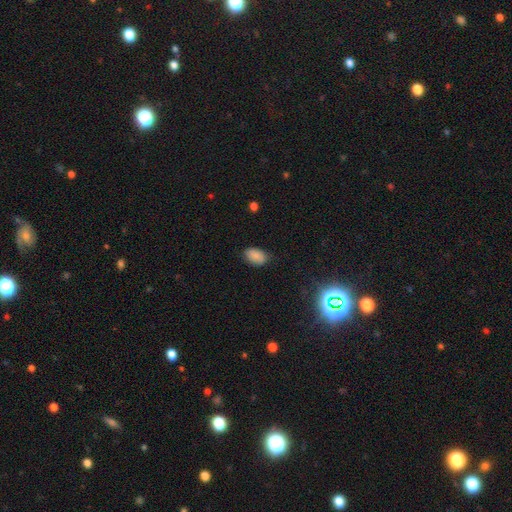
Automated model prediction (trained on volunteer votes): Smooth or featured? smooth (84%)
How rounded? in between (89%)
Merging? none (80%)